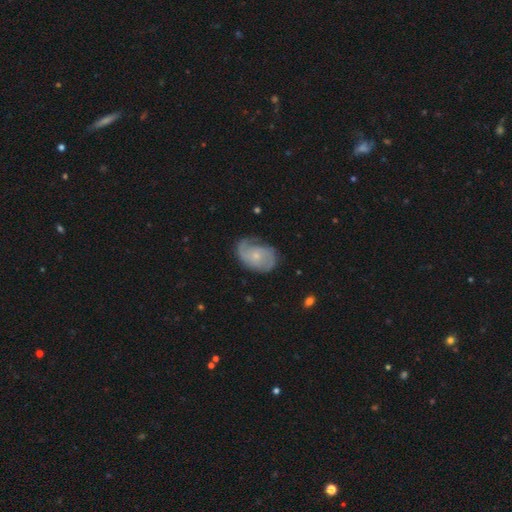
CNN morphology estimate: This is likely a featured or disk galaxy (75%). It is clearly not viewed edge-on (97%). Bar: likely no (72%). Spiral arm pattern: clearly yes (93%). Spiral arm count: likely 2 (64%). Spiral winding: marginally medium (43%). Central bulge: likely small (69%). Merging: likely none (62%).